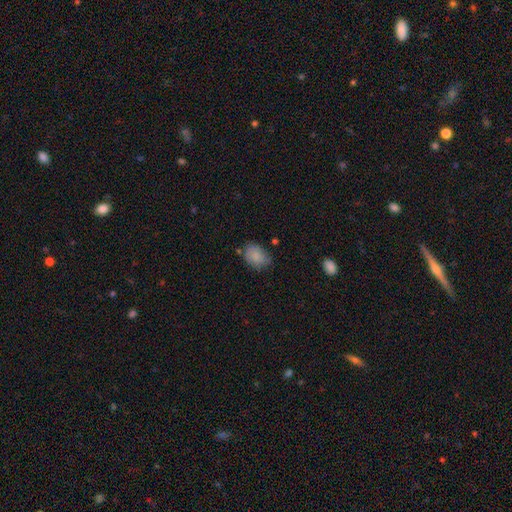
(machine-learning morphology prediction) Smooth or featured? Predicted: smooth (p=0.85). How rounded? Predicted: in between (p=0.75). Merging? Predicted: none (p=0.66).